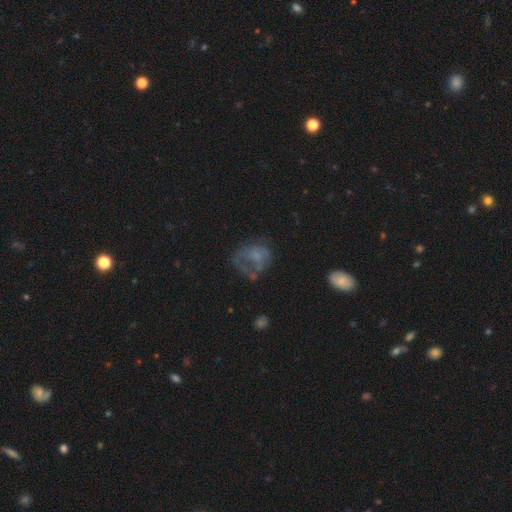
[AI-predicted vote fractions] Smooth or featured? featured or disk (43%)
Merging? major disturbance (42%)